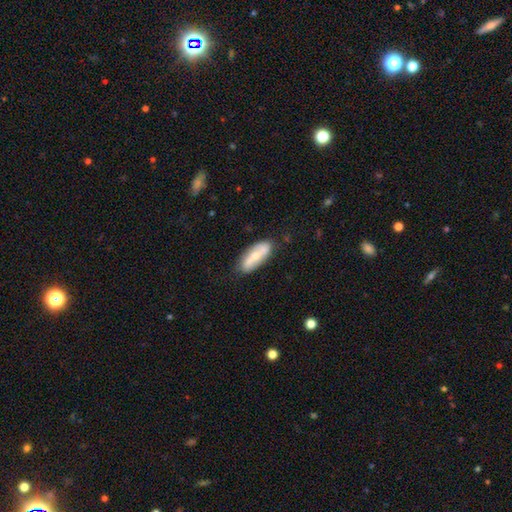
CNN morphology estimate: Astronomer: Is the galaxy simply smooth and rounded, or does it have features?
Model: featured or disk — 51% (runner-up: smooth, 43%).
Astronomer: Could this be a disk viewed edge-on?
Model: no — 82%.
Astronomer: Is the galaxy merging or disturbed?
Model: none — 77%.